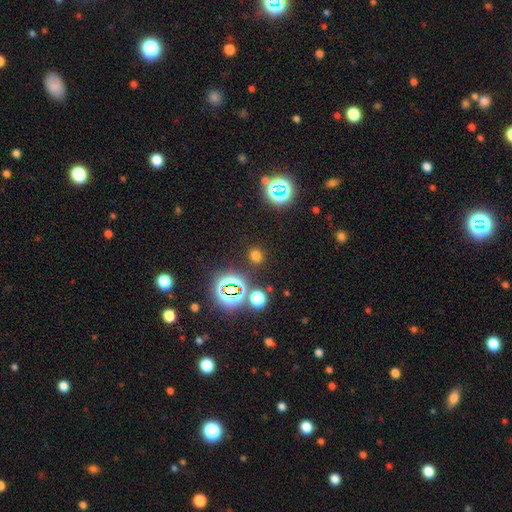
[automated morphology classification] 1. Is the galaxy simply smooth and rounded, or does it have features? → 63% smooth, 32% star or artifact, 6% featured or disk.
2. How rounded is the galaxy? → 78% round, 21% in between, 1% cigar-shaped.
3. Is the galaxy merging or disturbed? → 85% none, 8% minor disturbance, 4% merger, 3% major disturbance.